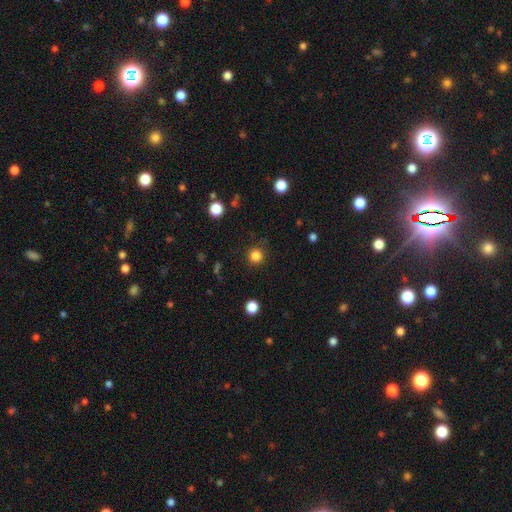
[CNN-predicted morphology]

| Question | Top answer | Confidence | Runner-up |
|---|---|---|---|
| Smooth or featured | smooth | 83% | star or artifact (13%) |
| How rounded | round | 95% | in between (4%) |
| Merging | none | 88% | minor disturbance (8%) |